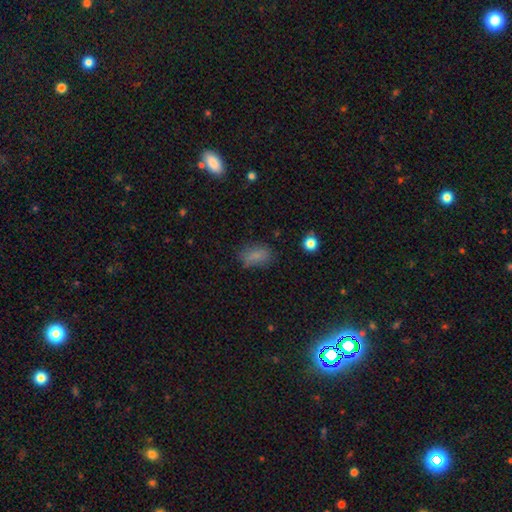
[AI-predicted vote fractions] Smooth or featured: smooth — 80% (star or artifact — 12%)
How rounded: in between — 88% (round — 8%)
Merging: none — 71% (minor disturbance — 20%)